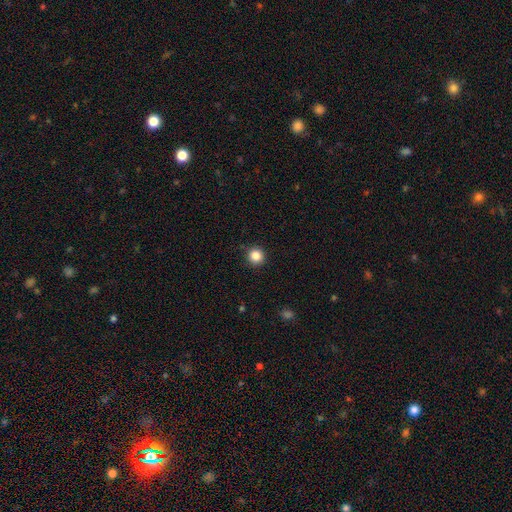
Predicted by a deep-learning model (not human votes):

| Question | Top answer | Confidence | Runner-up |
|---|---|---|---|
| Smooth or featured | smooth | 86% | star or artifact (11%) |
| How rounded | round | 95% | in between (4%) |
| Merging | none | 91% | minor disturbance (6%) |